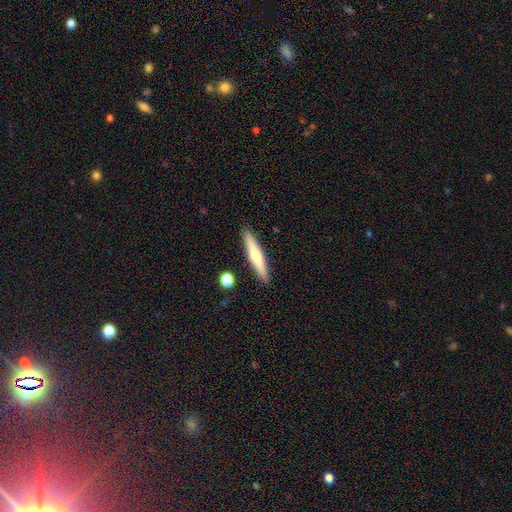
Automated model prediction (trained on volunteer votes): Smooth or featured? Predicted: smooth (p=0.50). How rounded? Predicted: cigar-shaped (p=0.91). Merging? Predicted: none (p=0.90).